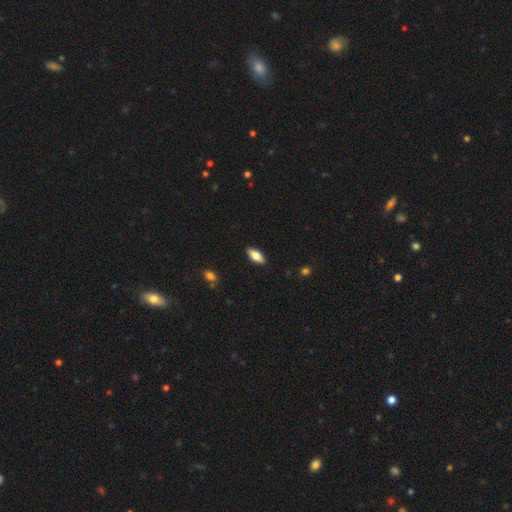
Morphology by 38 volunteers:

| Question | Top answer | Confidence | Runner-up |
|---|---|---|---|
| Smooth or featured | smooth | 58% | featured or disk (39%) |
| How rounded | in between | 82% | cigar-shaped (14%) |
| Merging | none | 86% | minor disturbance (11%) |